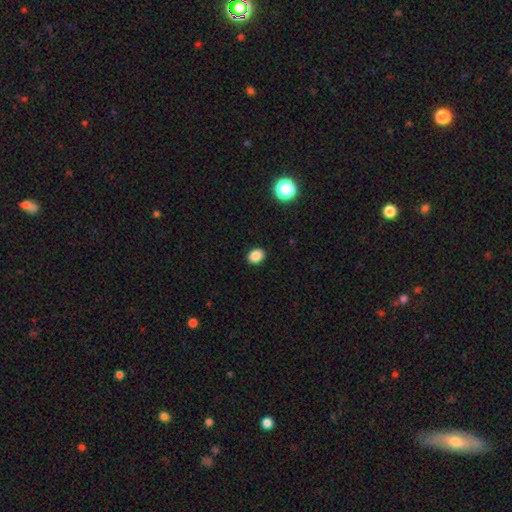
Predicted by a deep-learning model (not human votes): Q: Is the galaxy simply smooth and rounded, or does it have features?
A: smooth — 86%.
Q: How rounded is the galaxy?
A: in between — 53%.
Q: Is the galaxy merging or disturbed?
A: none — 91%.